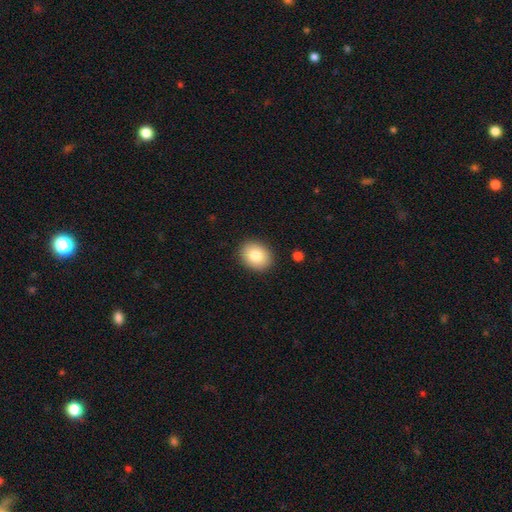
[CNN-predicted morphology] smooth-or-featured: smooth: 83% | featured or disk: 9% | star or artifact: 8%
  how-rounded: round: 52% | in between: 48% | cigar-shaped: 1%
  merging: none: 90% | minor disturbance: 7% | major disturbance: 2% | merger: 1%